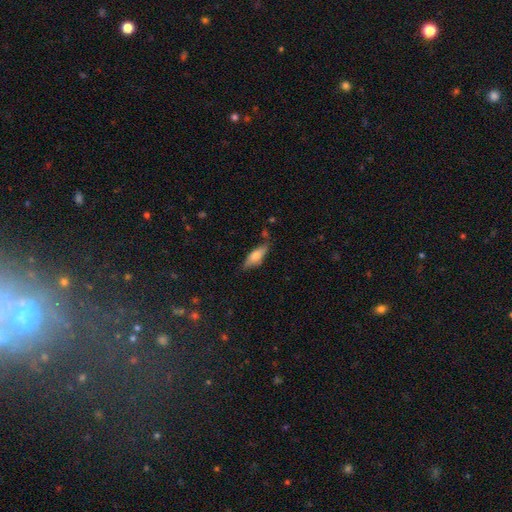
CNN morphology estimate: type=smooth (69%); roundness=in between (57%); merging=none (74%).